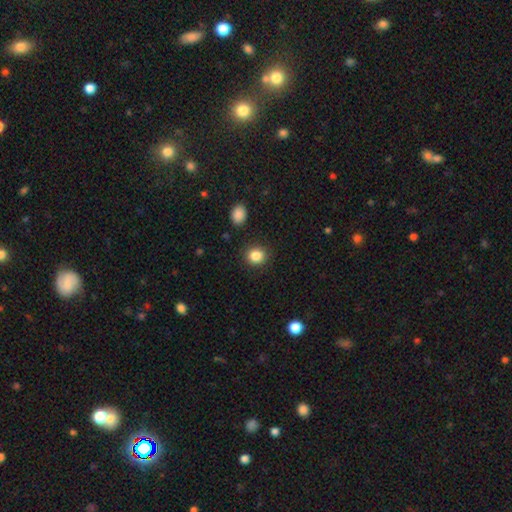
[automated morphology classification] The model was most divided on "how rounded": round: 76%, in between: 23%, cigar-shaped: 1%. More confident: merging — none (88%); smooth or featured — smooth (86%).